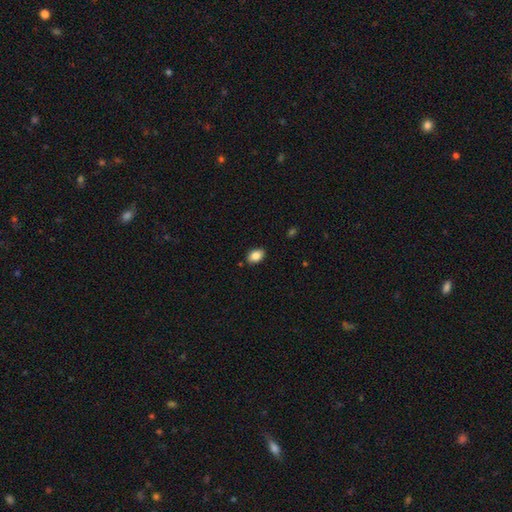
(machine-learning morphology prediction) type=smooth (85%); roundness=in between (85%); merging=none (87%).